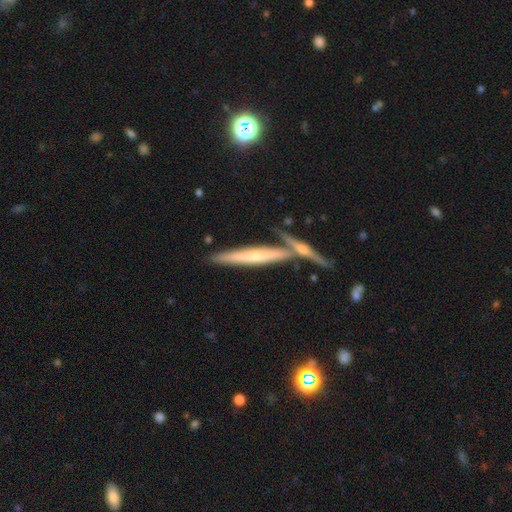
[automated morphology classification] This is likely a featured or disk galaxy (63%). It is clearly viewed edge-on (93%). Edge-on bulge: possibly rounded (51%). Merging: likely none (65%).